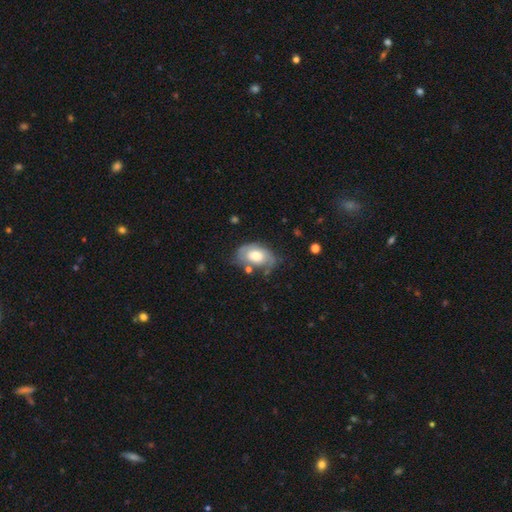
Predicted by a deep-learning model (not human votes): Q: Smooth or featured?
A: smooth (48%); runner-up: featured or disk (45%)
Q: Merging?
A: none (51%); runner-up: minor disturbance (31%)